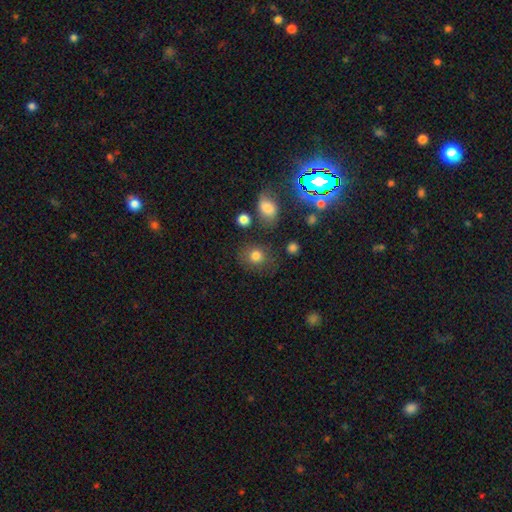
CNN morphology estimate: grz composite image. It shows a smooth galaxy with no disk features (80%) that is round (76%). Merging: none (77%).